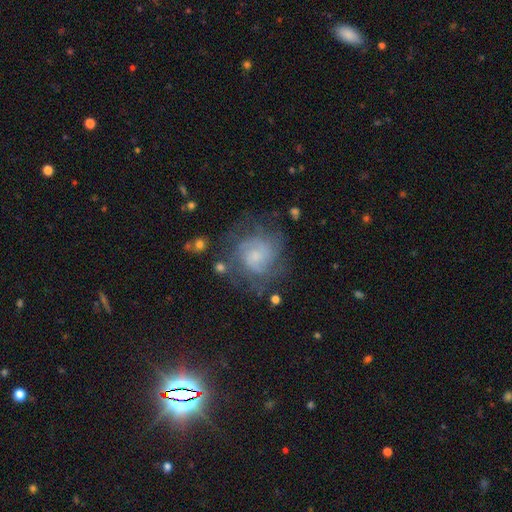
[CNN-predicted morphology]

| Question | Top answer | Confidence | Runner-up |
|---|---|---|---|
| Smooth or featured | featured or disk | 67% | smooth (22%) |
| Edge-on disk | no | 98% | yes (2%) |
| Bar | no | 68% | weak (28%) |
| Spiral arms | yes | 87% | no (13%) |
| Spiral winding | tight | 53% | medium (35%) |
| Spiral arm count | can't tell | 43% | 2 (27%) |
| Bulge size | small | 58% | moderate (24%) |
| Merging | none | 67% | minor disturbance (17%) |